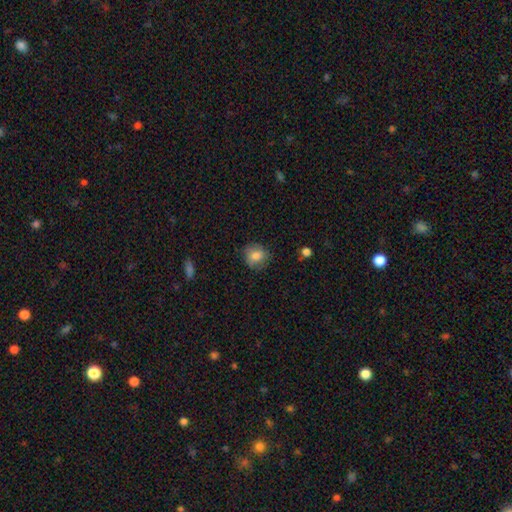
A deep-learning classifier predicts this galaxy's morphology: Overall: smooth (80%). How rounded: round (79%). Merging: none (76%).